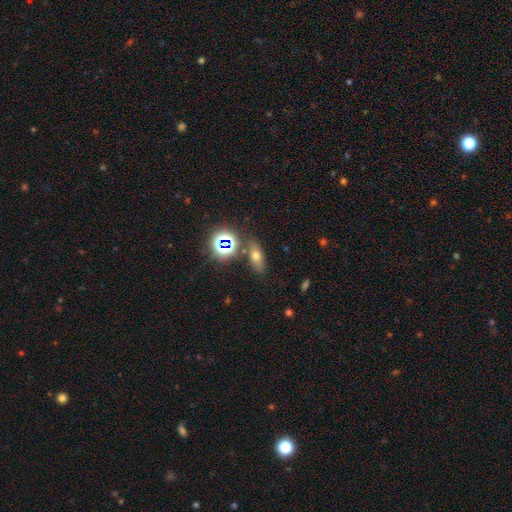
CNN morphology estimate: Smooth or featured: smooth — 58% (star or artifact — 23%)
How rounded: in between — 67% (cigar-shaped — 17%)
Merging: none — 77% (minor disturbance — 11%)